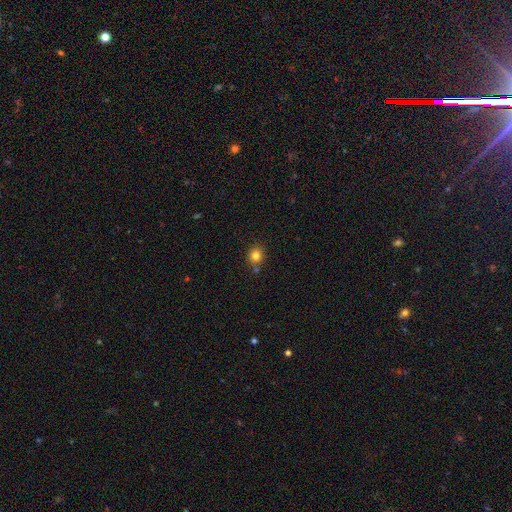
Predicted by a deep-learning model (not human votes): This appears to be a smooth galaxy with no disk features (82%) that is round (83%). Merging: none (78%).